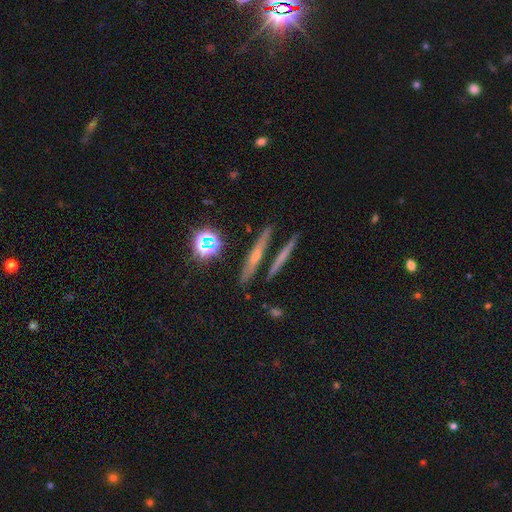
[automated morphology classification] This is possibly a featured or disk galaxy (51%). It is clearly viewed edge-on (89%). Merging: clearly none (85%).